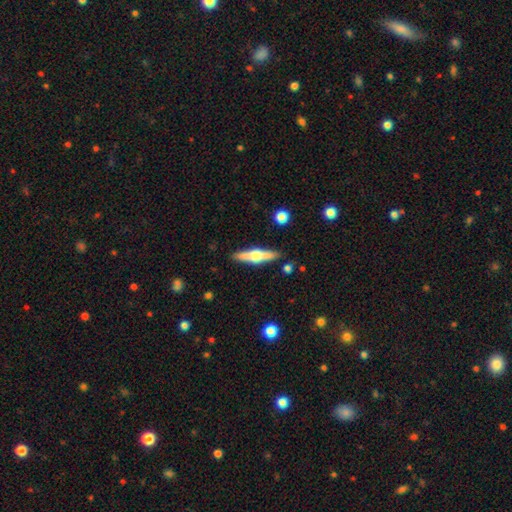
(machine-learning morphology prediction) This appears to be a featured or disk galaxy (66%) viewed edge-on (97%) with a rounded central bulge (94%). Merging: none (89%).